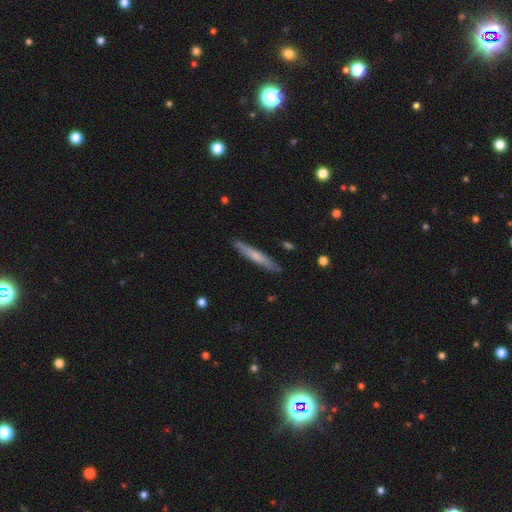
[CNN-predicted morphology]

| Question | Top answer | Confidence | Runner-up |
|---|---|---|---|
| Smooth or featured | smooth | 54% | featured or disk (40%) |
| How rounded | cigar-shaped | 94% | in between (4%) |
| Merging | none | 88% | minor disturbance (9%) |